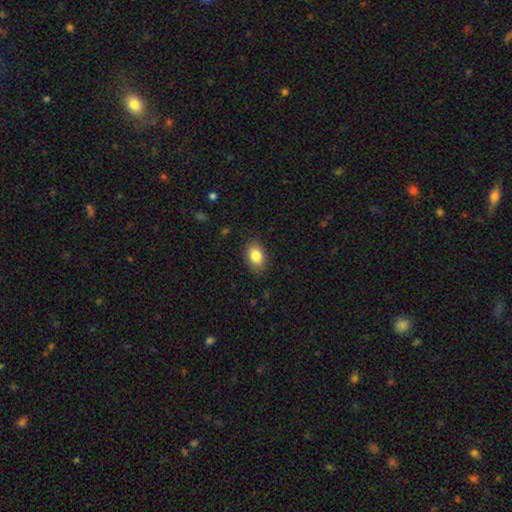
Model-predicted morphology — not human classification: Smooth or featured? smooth (85%)
How rounded? in between (85%)
Merging? none (86%)